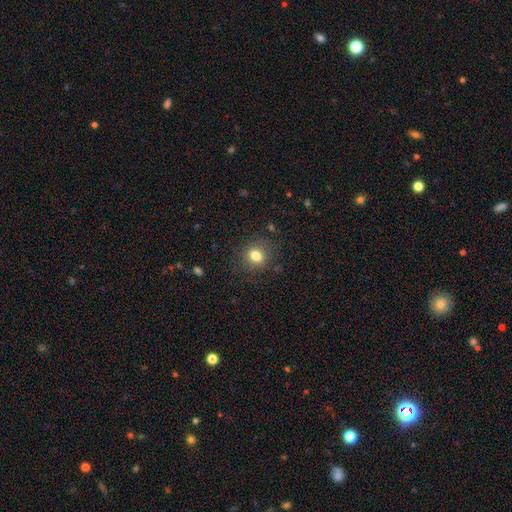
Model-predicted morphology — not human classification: This is likely a smooth galaxy (78%). How rounded: likely round (60%). Merging: clearly none (82%).